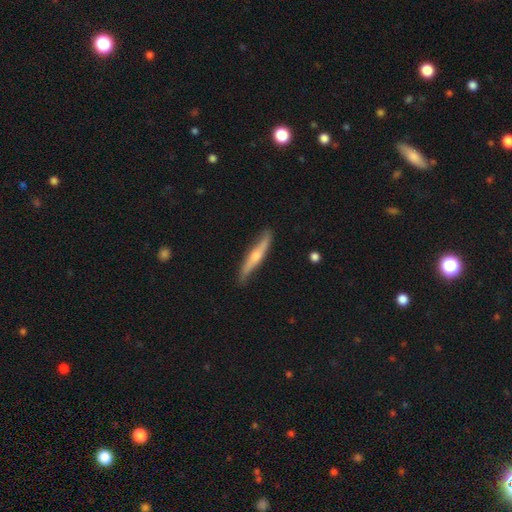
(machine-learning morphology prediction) Smooth or featured? featured or disk (59%)
Edge-on disk? yes (87%)
Edge-on bulge? rounded (83%)
Merging? none (81%)